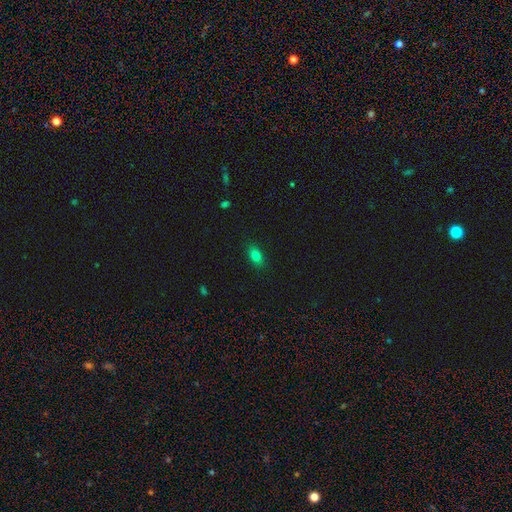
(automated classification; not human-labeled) The model was most divided on "smooth or featured": smooth: 80%, star or artifact: 12%, featured or disk: 8%. More confident: merging — none (87%); how rounded — in between (83%).